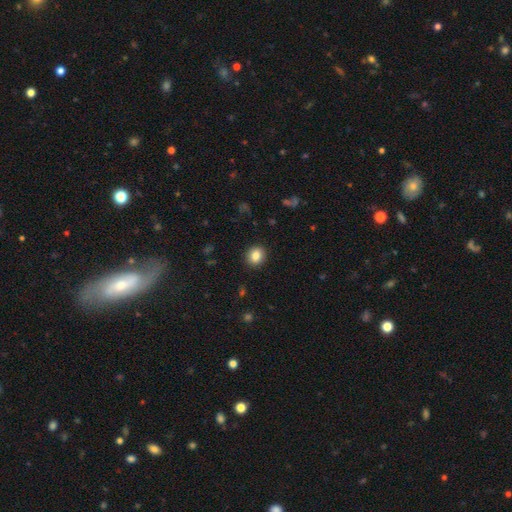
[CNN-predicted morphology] Q: Smooth or featured?
A: smooth (84%); runner-up: star or artifact (10%)
Q: How rounded?
A: round (75%); runner-up: in between (25%)
Q: Merging?
A: none (91%); runner-up: minor disturbance (6%)